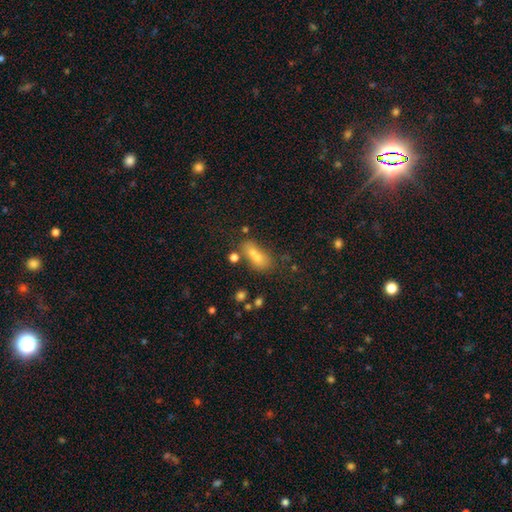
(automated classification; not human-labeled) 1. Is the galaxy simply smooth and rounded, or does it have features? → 66% smooth, 20% featured or disk, 14% star or artifact.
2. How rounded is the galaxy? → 70% in between, 21% round, 9% cigar-shaped.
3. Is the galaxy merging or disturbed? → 57% merger, 27% none, 10% minor disturbance, 6% major disturbance.